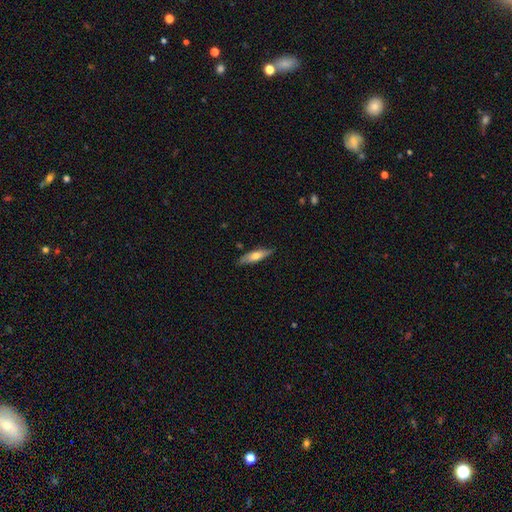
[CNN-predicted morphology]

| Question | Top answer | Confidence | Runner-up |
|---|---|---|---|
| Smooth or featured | smooth | 57% | featured or disk (38%) |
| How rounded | cigar-shaped | 63% | in between (35%) |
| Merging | none | 81% | minor disturbance (15%) |